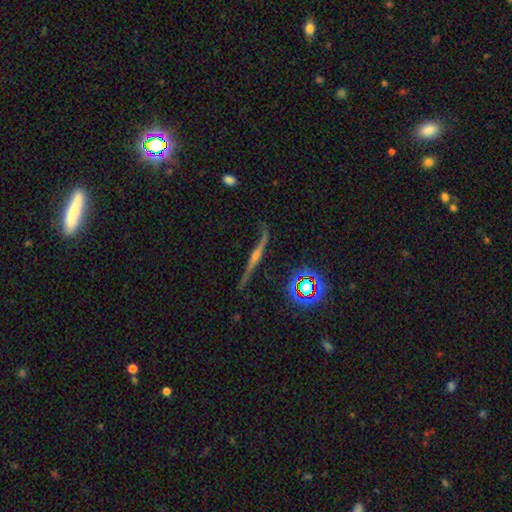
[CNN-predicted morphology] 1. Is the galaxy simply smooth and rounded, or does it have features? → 75% featured or disk, 14% star or artifact, 11% smooth.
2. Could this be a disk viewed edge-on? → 86% yes, 14% no.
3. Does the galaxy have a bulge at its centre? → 79% rounded, 13% none, 8% boxy.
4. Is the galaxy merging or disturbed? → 73% none, 18% minor disturbance, 6% major disturbance, 3% merger.